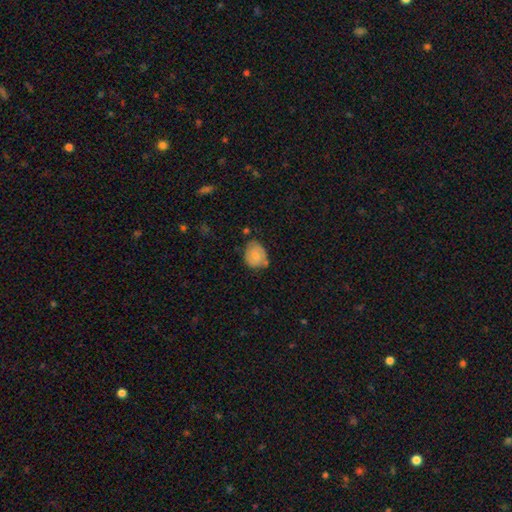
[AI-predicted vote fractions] Q: Smooth or featured?
A: smooth (69%); runner-up: featured or disk (24%)
Q: How rounded?
A: in between (53%); runner-up: round (46%)
Q: Merging?
A: none (60%); runner-up: minor disturbance (27%)